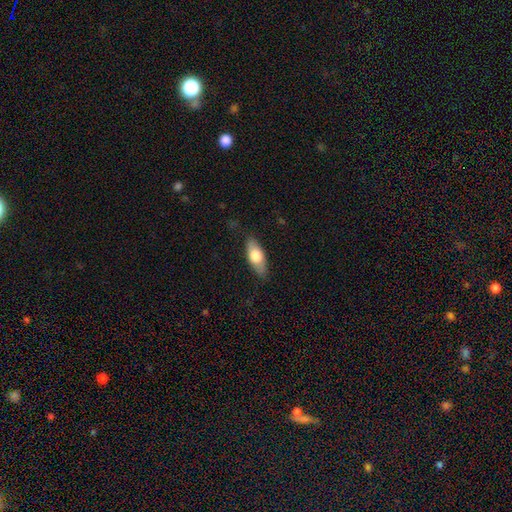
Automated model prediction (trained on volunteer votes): A smooth galaxy with no disk features (68%) that is in between round and cigar-shaped (79%). Merging: none (82%).